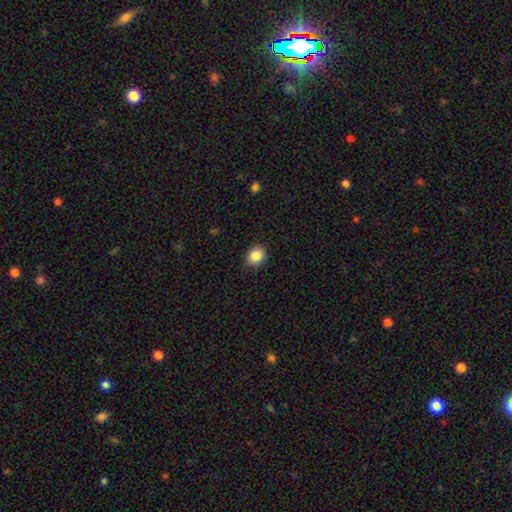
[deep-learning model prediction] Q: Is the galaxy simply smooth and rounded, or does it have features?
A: smooth — 87%.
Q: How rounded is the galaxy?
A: round — 65%.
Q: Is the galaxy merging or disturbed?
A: none — 87%.